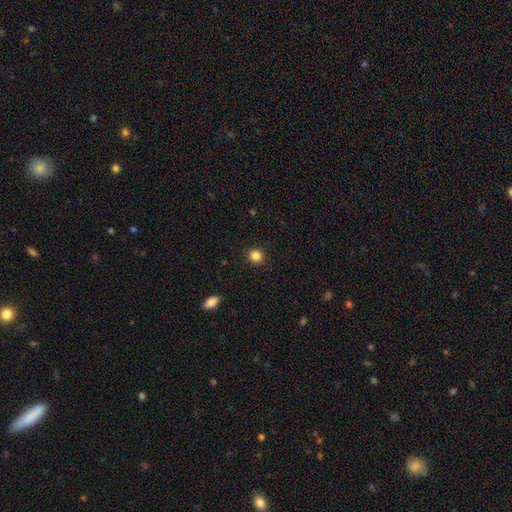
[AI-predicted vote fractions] This appears to be a smooth galaxy with no disk features (85%) that is round (90%). Merging: none (91%).